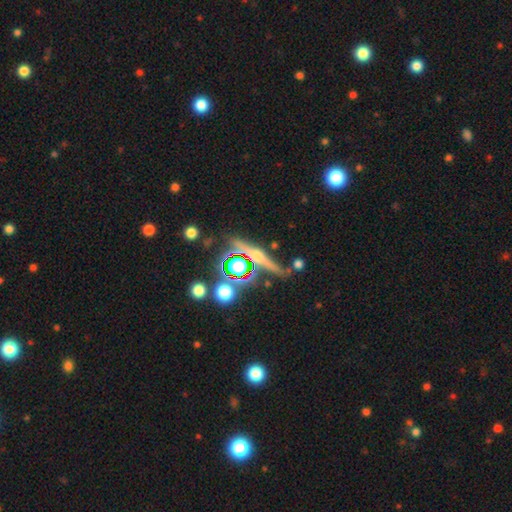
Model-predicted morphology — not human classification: This is possibly a featured or disk galaxy (51%). It is clearly viewed edge-on (89%). Merging: likely none (74%).